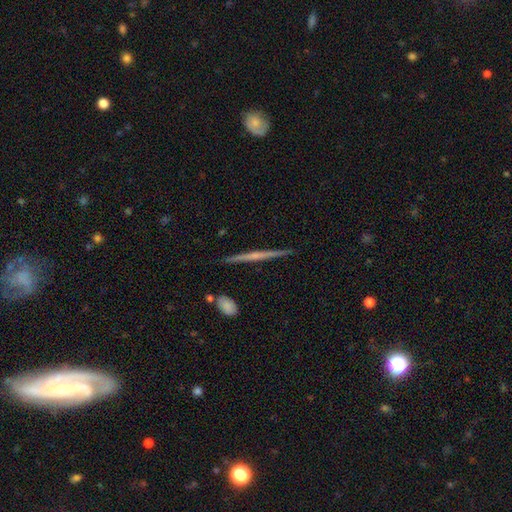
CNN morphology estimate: Q: Smooth or featured?
A: featured or disk (66%); runner-up: smooth (28%)
Q: Edge-on disk?
A: yes (98%); runner-up: no (2%)
Q: Edge-on bulge?
A: none (59%); runner-up: rounded (33%)
Q: Merging?
A: none (91%); runner-up: minor disturbance (6%)